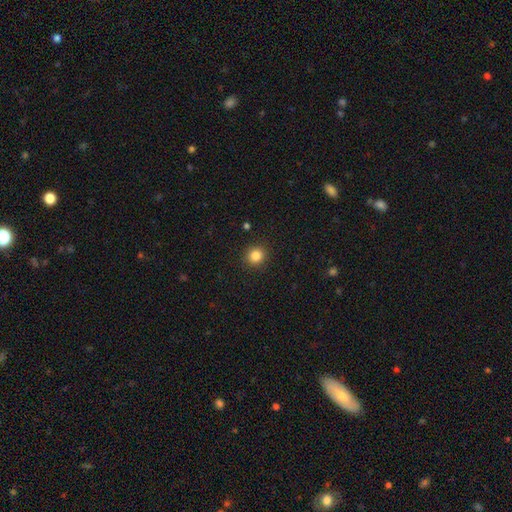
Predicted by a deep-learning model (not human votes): A smooth galaxy with no disk features (84%) that is round (92%).

Vote fractions:
- Smooth or featured? smooth: 84% / star or artifact: 11% / featured or disk: 4%
- How rounded? round: 92% / in between: 7% / cigar-shaped: 1%
- Merging? none: 92% / minor disturbance: 5% / major disturbance: 2% / merger: 1%